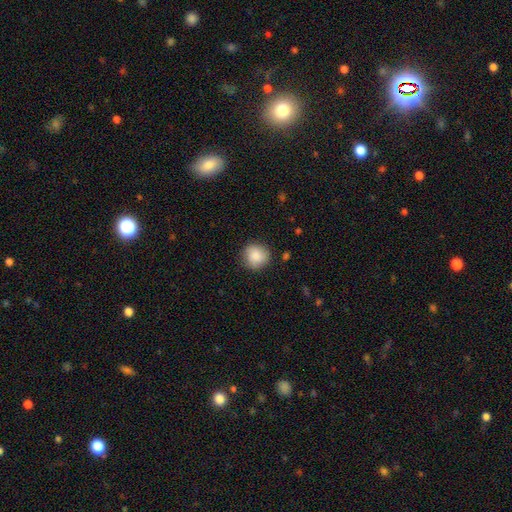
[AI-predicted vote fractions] A smooth galaxy with no disk features (86%) that is round (91%).

Vote fractions:
- Smooth or featured? smooth: 86% / star or artifact: 7% / featured or disk: 7%
- How rounded? round: 91% / in between: 8% / cigar-shaped: 1%
- Merging? none: 85% / minor disturbance: 11% / major disturbance: 3% / merger: 1%